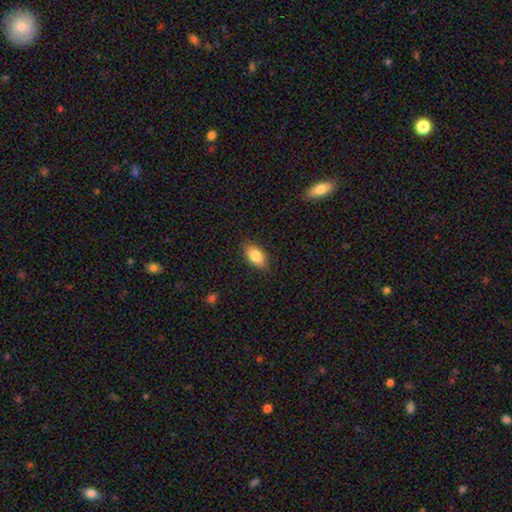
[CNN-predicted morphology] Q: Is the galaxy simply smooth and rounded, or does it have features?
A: smooth — 84%.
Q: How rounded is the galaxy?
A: in between — 91%.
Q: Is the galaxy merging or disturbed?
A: none — 87%.